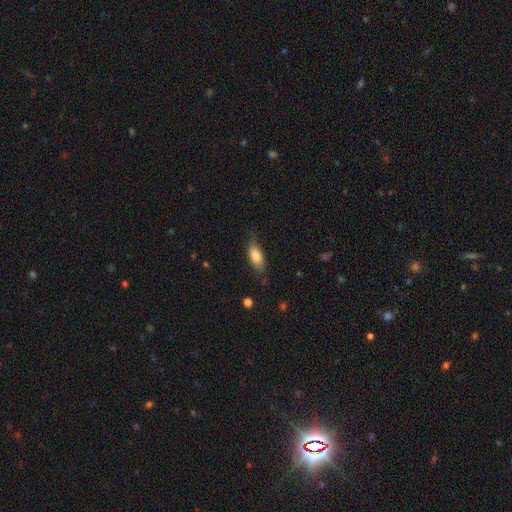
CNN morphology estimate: smooth 79%, featured or disk 14%, star or artifact 7%. Down the decision tree: how rounded — in between (78%); merging — none (69%).